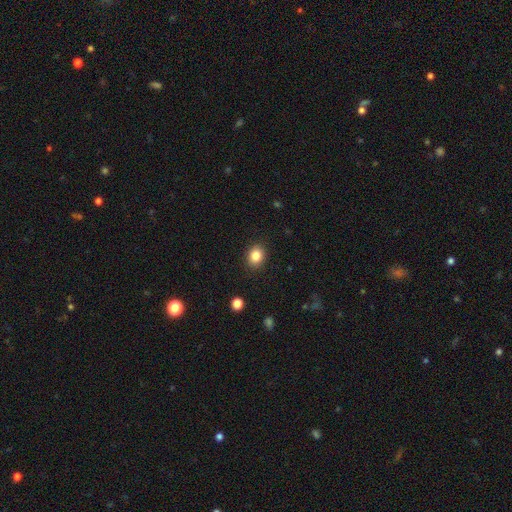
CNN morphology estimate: A smooth galaxy with no disk features (85%) that is round (52%).

Vote fractions:
- Smooth or featured? smooth: 85% / star or artifact: 10% / featured or disk: 5%
- How rounded? round: 52% / in between: 47% / cigar-shaped: 1%
- Merging? none: 90% / minor disturbance: 7% / major disturbance: 2% / merger: 1%